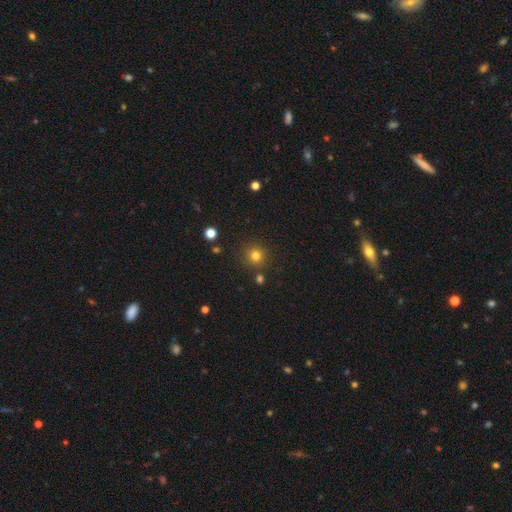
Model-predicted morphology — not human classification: smooth 79%, star or artifact 15%, featured or disk 6%. Down the decision tree: how rounded — round (94%); merging — none (86%).